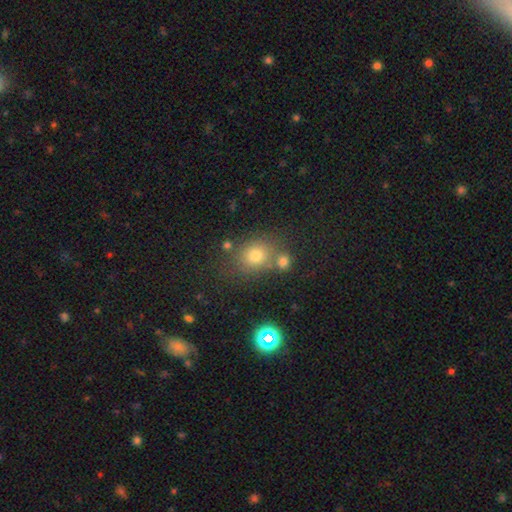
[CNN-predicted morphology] Overall: smooth (72%). How rounded: round (67%; in between 32%). Merging: none (66%).